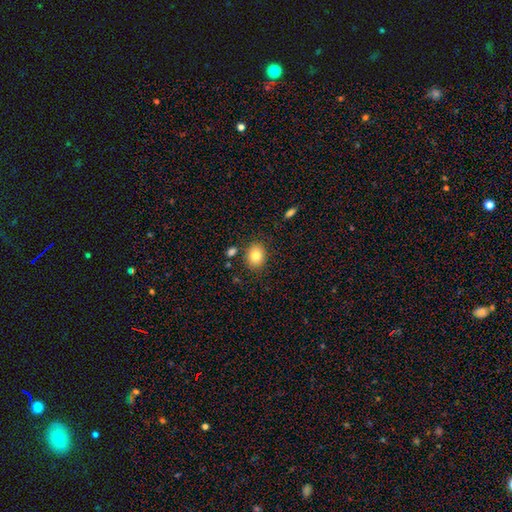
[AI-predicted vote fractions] The model was most divided on "how rounded": round: 50%, in between: 49%, cigar-shaped: 1%. More confident: merging — none (83%); smooth or featured — smooth (82%).